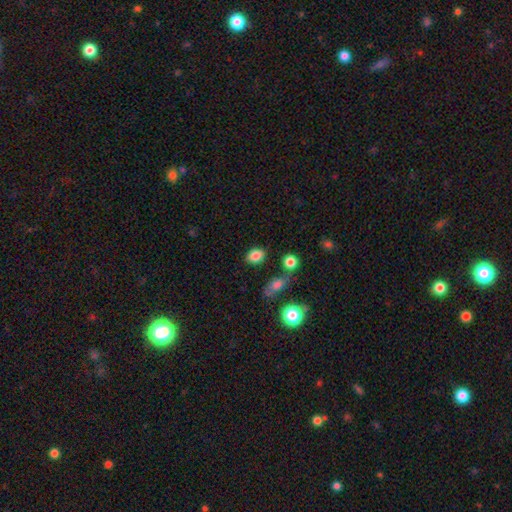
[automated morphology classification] This appears to be a smooth galaxy with no disk features (84%) that is in between round and cigar-shaped (70%). Merging: none (79%).